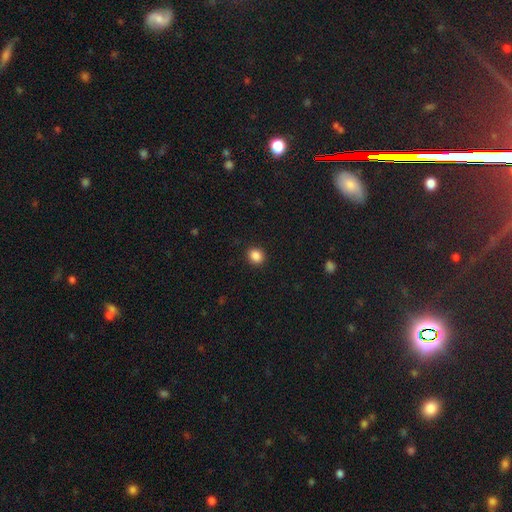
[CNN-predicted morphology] Smooth or featured? Predicted: smooth (p=0.87). How rounded? Predicted: round (p=0.77). Merging? Predicted: none (p=0.91).